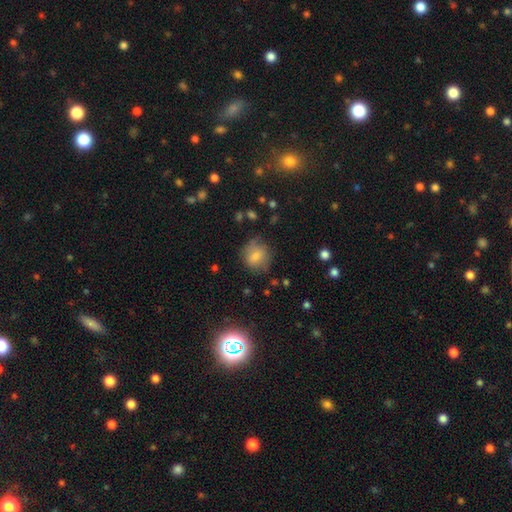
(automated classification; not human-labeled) This is likely a smooth galaxy (74%). How rounded: clearly round (83%). Merging: likely none (72%).